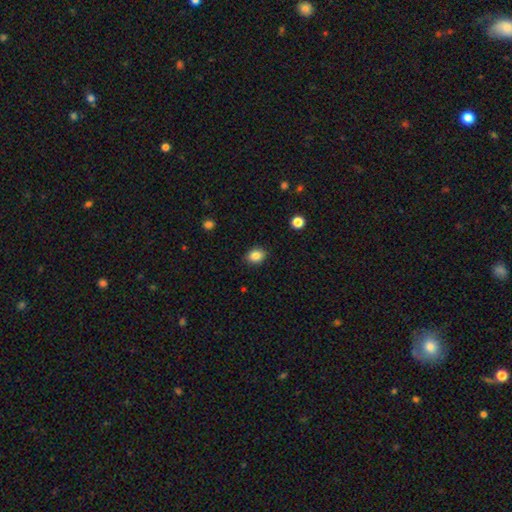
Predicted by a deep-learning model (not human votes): Overall: smooth (85%). How rounded: in between (56%; round 43%). Merging: none (88%).